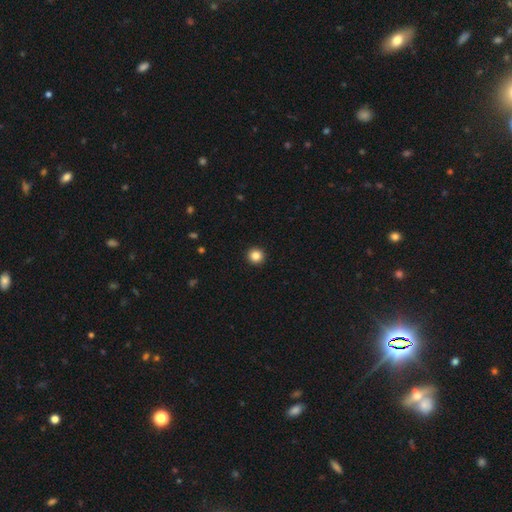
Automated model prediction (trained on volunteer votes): smooth 85%, star or artifact 11%, featured or disk 4%. Down the decision tree: how rounded — round (95%); merging — none (94%).